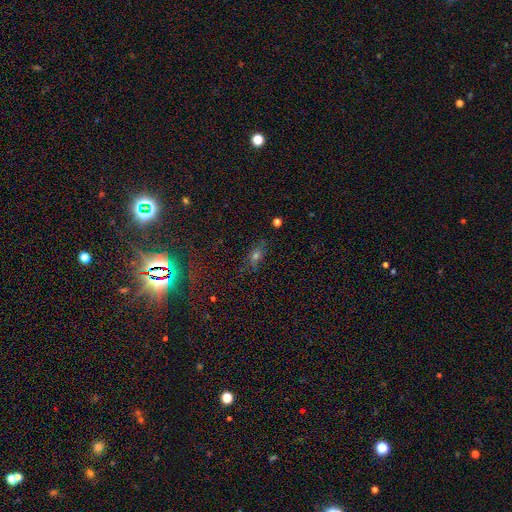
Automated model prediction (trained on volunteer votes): A star or artifact, not a galaxy (42%).